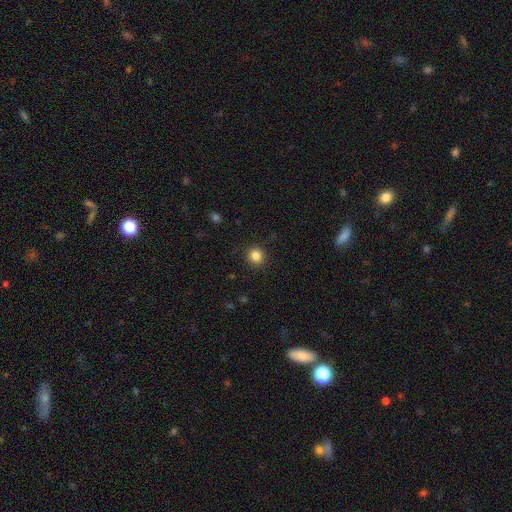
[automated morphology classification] The model was most divided on "smooth or featured": smooth: 84%, star or artifact: 11%, featured or disk: 4%. More confident: how rounded — round (93%); merging — none (92%).